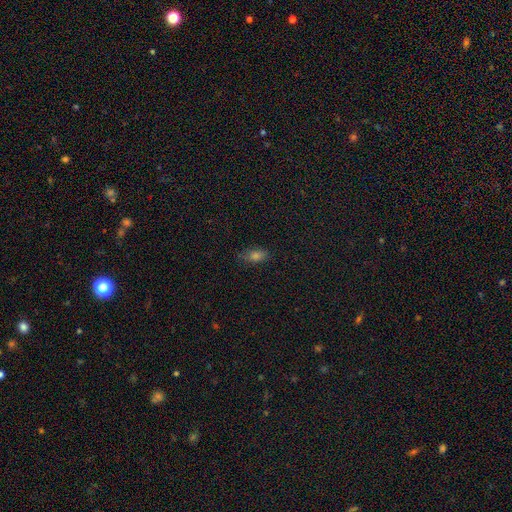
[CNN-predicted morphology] A smooth galaxy with no disk features (71%) that is in between round and cigar-shaped (80%).

Vote fractions:
- Smooth or featured? smooth: 71% / star or artifact: 18% / featured or disk: 11%
- How rounded? in between: 80% / cigar-shaped: 11% / round: 9%
- Merging? none: 76% / minor disturbance: 19% / major disturbance: 4% / merger: 1%